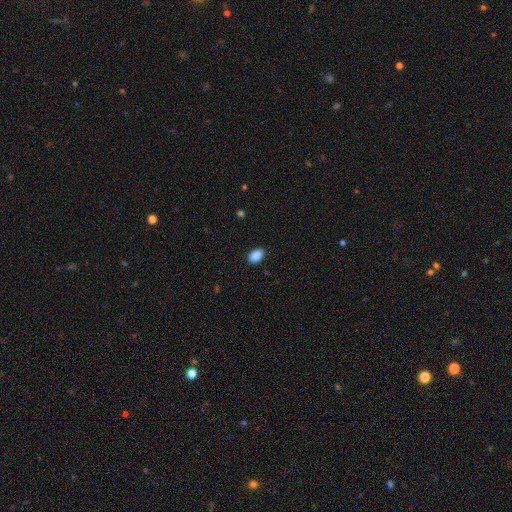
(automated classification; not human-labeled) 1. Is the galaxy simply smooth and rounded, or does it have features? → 89% smooth, 8% star or artifact, 3% featured or disk.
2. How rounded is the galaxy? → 89% in between, 10% round, 1% cigar-shaped.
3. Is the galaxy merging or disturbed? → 88% none, 9% minor disturbance, 2% major disturbance, 1% merger.